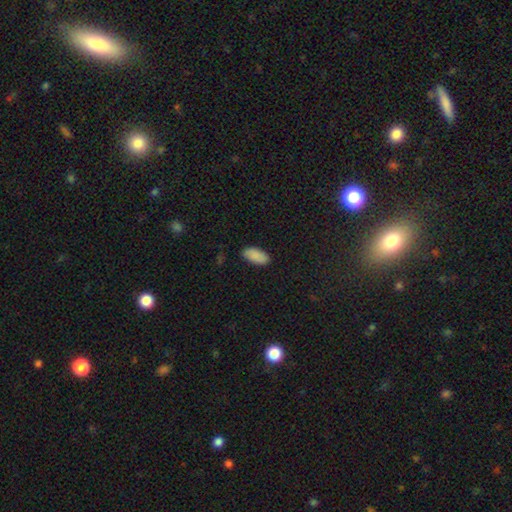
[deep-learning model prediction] The model was most divided on "merging": none: 86%, minor disturbance: 10%, major disturbance: 2%, merger: 1%. More confident: how rounded — in between (93%); smooth or featured — smooth (89%).